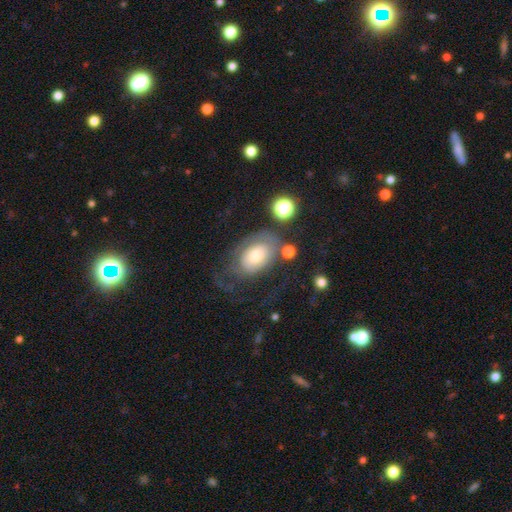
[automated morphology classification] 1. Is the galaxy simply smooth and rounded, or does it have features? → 54% featured or disk, 36% smooth, 10% star or artifact.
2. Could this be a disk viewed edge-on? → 94% no, 6% yes.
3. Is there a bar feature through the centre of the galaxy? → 82% no, 15% weak, 3% strong.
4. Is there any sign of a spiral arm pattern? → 62% yes, 38% no.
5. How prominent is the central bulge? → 52% moderate, 27% small, 16% large, 3% dominant, 3% none.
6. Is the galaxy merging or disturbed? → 45% none, 29% major disturbance, 21% minor disturbance, 5% merger.